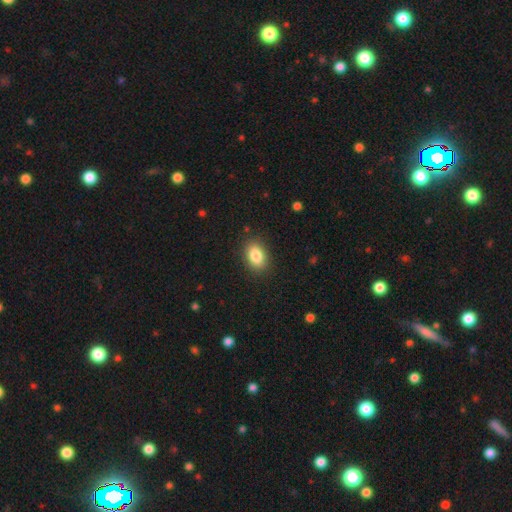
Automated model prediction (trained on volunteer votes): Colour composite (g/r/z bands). It shows a smooth galaxy with no disk features (85%) that is in between round and cigar-shaped (83%). Merging: none (87%).